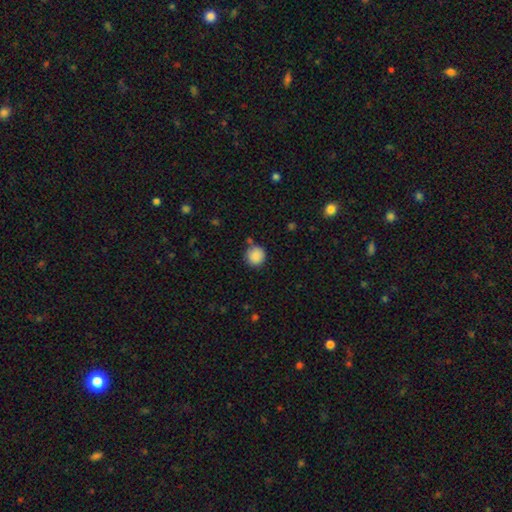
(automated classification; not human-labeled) Q: Smooth or featured?
A: smooth (88%); runner-up: star or artifact (8%)
Q: How rounded?
A: round (93%); runner-up: in between (6%)
Q: Merging?
A: none (79%); runner-up: minor disturbance (12%)